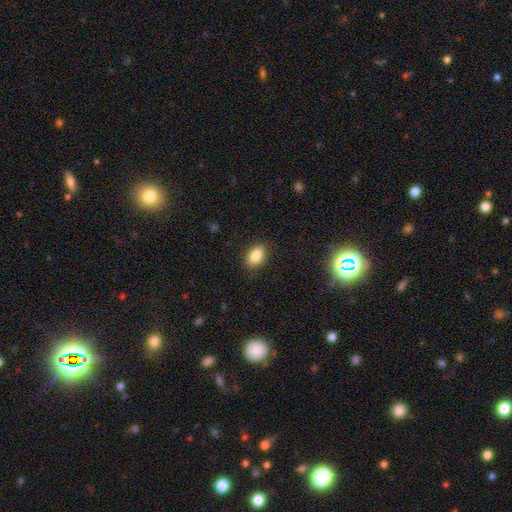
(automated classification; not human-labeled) Overall: smooth (85%). How rounded: in between (85%). Merging: none (87%).